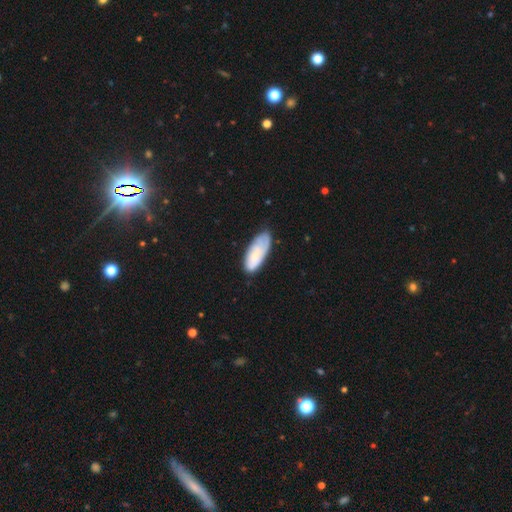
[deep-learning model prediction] Smooth or featured: smooth — 67% (featured or disk — 27%)
How rounded: in between — 79% (cigar-shaped — 19%)
Merging: none — 63% (minor disturbance — 28%)